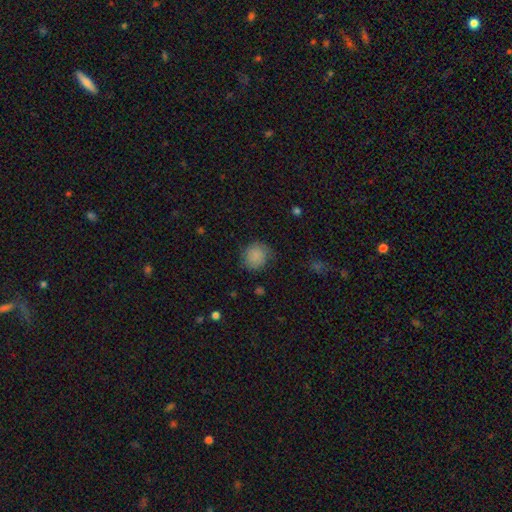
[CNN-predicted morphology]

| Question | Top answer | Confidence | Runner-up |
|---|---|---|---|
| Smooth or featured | smooth | 84% | star or artifact (8%) |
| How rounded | round | 85% | in between (14%) |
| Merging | none | 74% | minor disturbance (19%) |